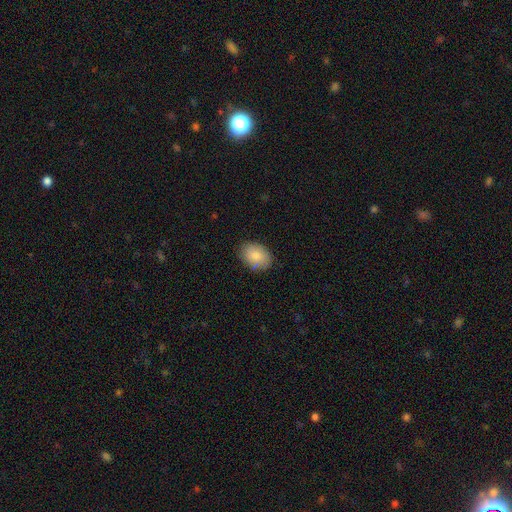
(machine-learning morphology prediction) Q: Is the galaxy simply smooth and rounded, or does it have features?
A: smooth — 83%.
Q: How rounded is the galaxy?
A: in between — 77%.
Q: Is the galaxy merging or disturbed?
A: none — 82%.